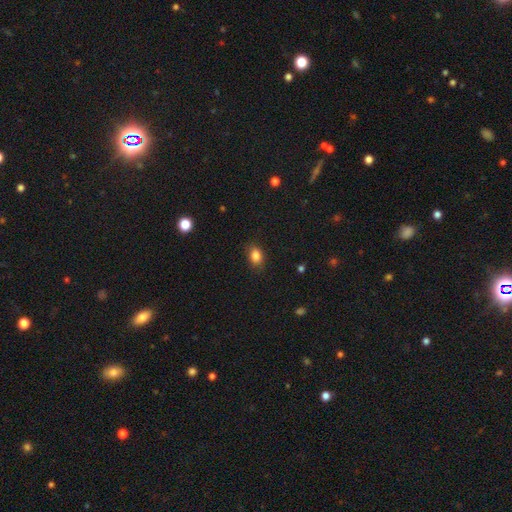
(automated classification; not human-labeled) Overall: smooth (84%). How rounded: in between (73%). Merging: none (82%).